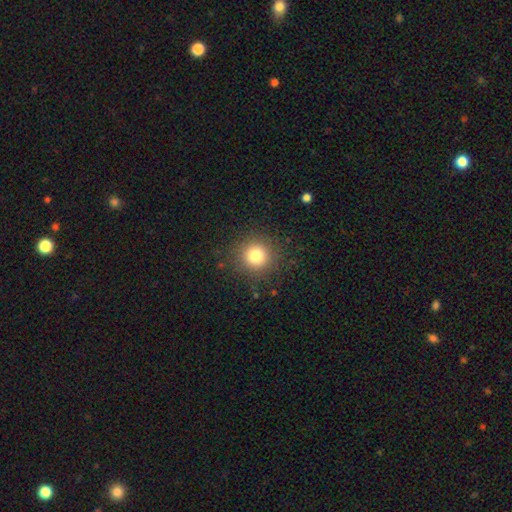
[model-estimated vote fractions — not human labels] Overall: smooth (79%). How rounded: round (93%). Merging: none (88%).